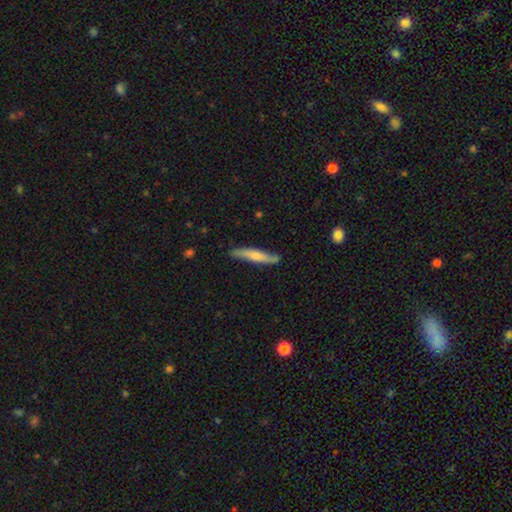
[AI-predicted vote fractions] This appears to be a smooth galaxy with no disk features (55%) that is cigar-shaped (91%). Merging: none (79%).